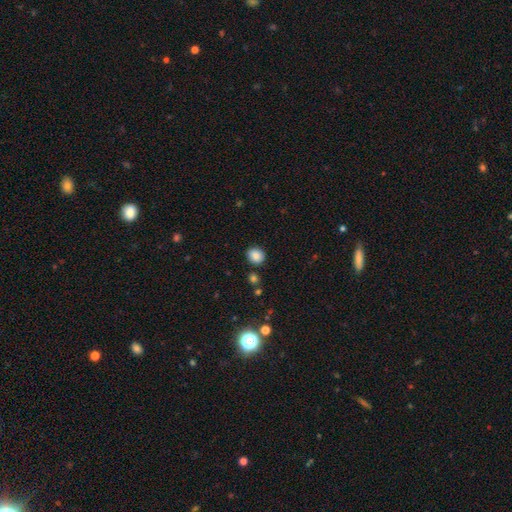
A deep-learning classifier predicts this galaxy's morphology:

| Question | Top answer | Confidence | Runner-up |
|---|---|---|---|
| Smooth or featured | smooth | 85% | star or artifact (10%) |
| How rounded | round | 75% | in between (24%) |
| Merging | none | 84% | minor disturbance (10%) |